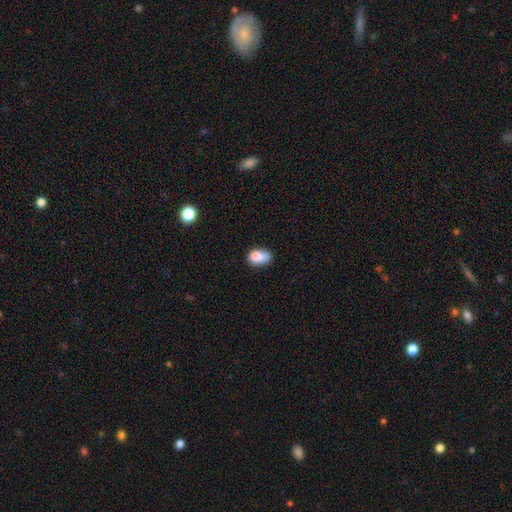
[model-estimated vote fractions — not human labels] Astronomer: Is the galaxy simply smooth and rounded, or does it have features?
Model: smooth — 83%.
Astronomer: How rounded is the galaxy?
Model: in between — 84%.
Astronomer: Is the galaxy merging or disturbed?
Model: none — 51% (runner-up: minor disturbance, 35%).